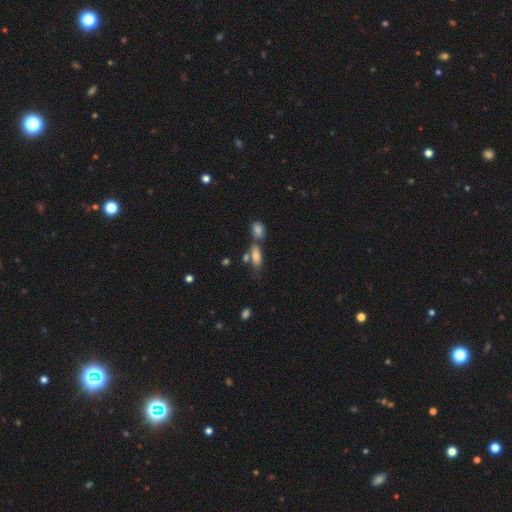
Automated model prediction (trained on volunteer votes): The model was most divided on "merging": none: 48%, merger: 31%, minor disturbance: 14%, major disturbance: 6%. More confident: how rounded — in between (70%); smooth or featured — smooth (68%).